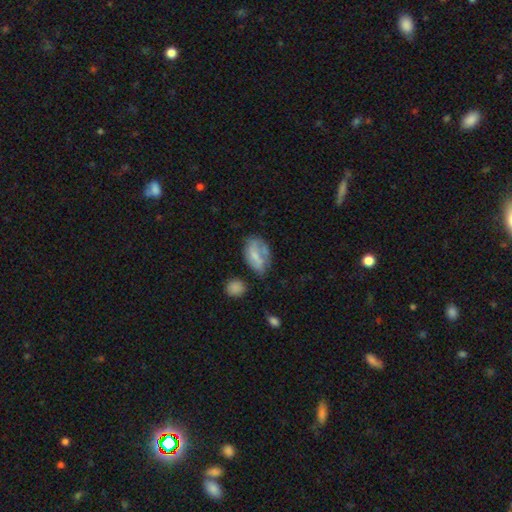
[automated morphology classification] type=smooth (55%); roundness=in between (89%); merging=none (45%).